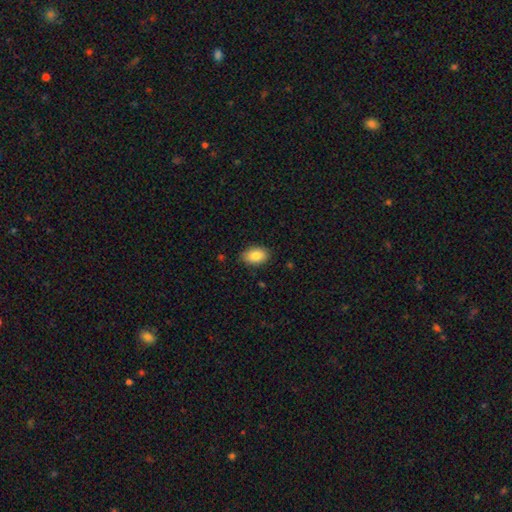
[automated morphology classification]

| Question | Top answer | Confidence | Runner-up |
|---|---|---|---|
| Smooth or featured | smooth | 84% | featured or disk (8%) |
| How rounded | in between | 88% | round (11%) |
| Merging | none | 85% | minor disturbance (12%) |